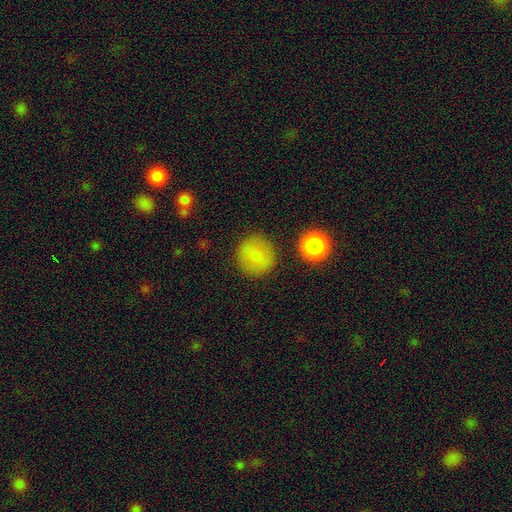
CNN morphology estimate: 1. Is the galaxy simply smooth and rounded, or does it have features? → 83% smooth, 10% star or artifact, 8% featured or disk.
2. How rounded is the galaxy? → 93% round, 6% in between, 1% cigar-shaped.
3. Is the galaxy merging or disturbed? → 86% none, 8% minor disturbance, 3% major disturbance, 3% merger.